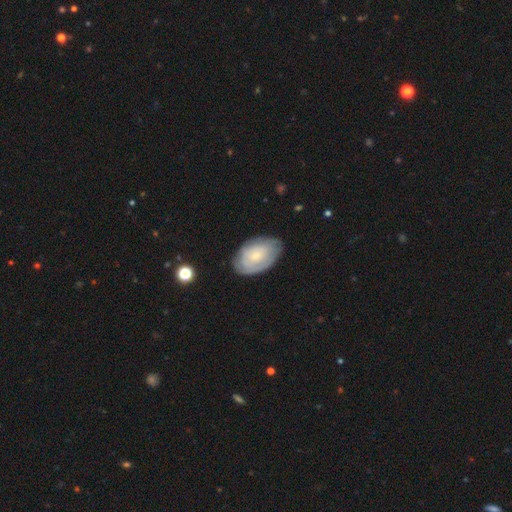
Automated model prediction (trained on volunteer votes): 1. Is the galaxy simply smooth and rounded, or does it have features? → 47% smooth, 46% featured or disk, 6% star or artifact.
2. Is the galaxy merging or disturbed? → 72% none, 21% minor disturbance, 6% major disturbance, 1% merger.